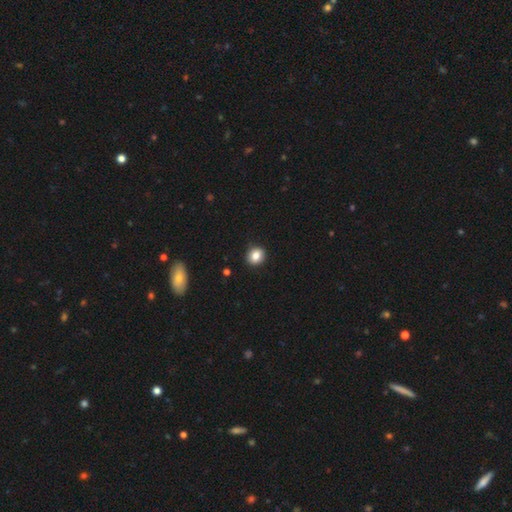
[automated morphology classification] smooth-or-featured: smooth: 83% | star or artifact: 10% | featured or disk: 7%
  how-rounded: round: 79% | in between: 20% | cigar-shaped: 1%
  merging: none: 88% | minor disturbance: 9% | major disturbance: 2% | merger: 1%